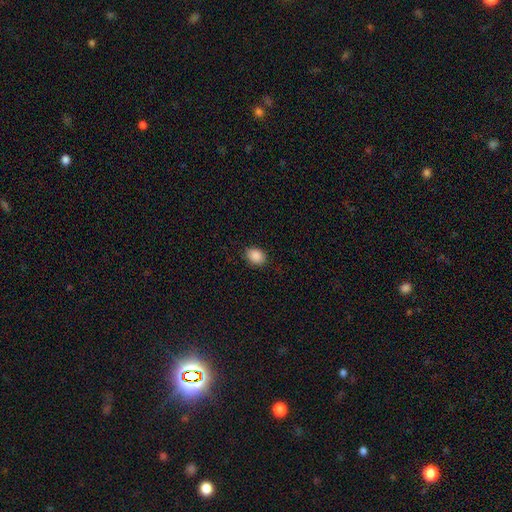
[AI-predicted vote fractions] Overall: smooth (89%). How rounded: in between (63%; round 36%). Merging: none (86%).